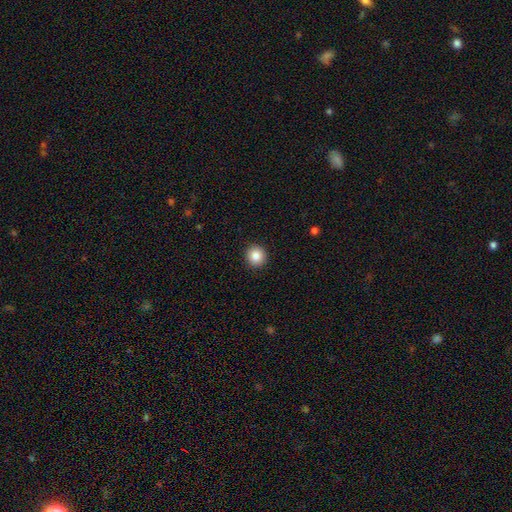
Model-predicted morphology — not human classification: Smooth or featured: smooth — 86% (star or artifact — 9%)
How rounded: round — 94% (in between — 5%)
Merging: none — 93% (minor disturbance — 5%)